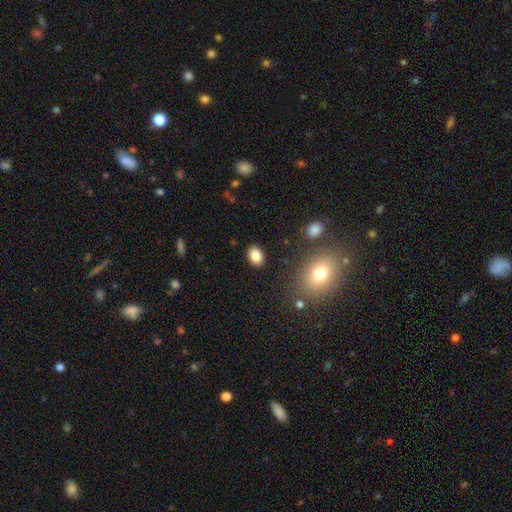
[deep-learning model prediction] A smooth galaxy with no disk features (85%) that is in between round and cigar-shaped (73%).

Vote fractions:
- Smooth or featured? smooth: 85% / star or artifact: 9% / featured or disk: 6%
- How rounded? in between: 73% / round: 26% / cigar-shaped: 1%
- Merging? none: 88% / minor disturbance: 8% / major disturbance: 2% / merger: 2%